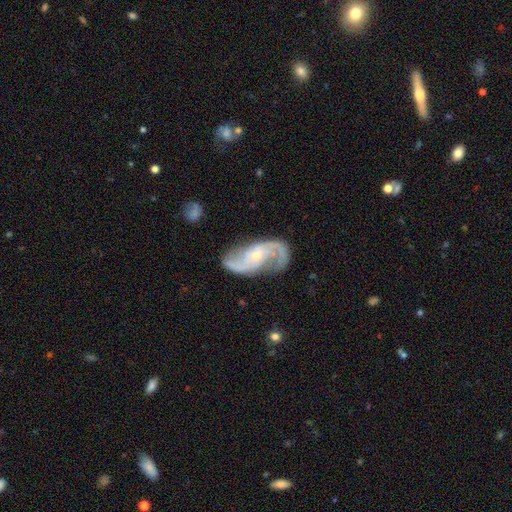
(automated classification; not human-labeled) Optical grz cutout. It shows a featured or disk galaxy (90%) with no bar (57%), 2 (91%) loose (45%) spiral arms (97%) and a small central bulge (72%). Merging: none (70%).